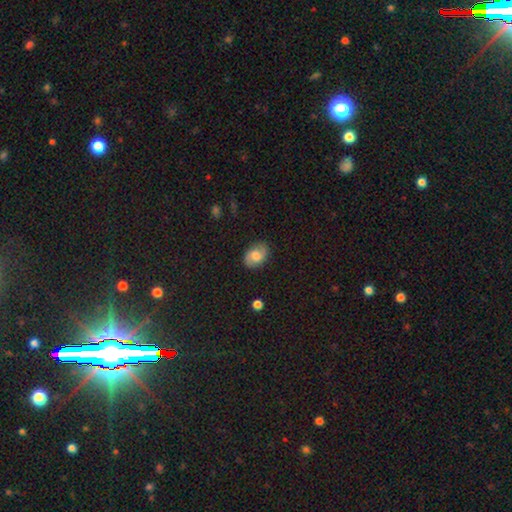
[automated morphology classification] smooth 55%, featured or disk 37%, star or artifact 8%. Down the decision tree: how rounded — in between (80%); merging — none (82%).